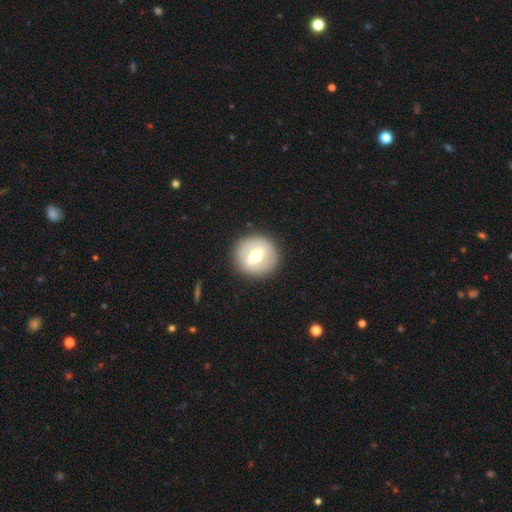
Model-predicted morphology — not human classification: type=featured or disk (51%); edge-on=no (89%); merging=none (88%).